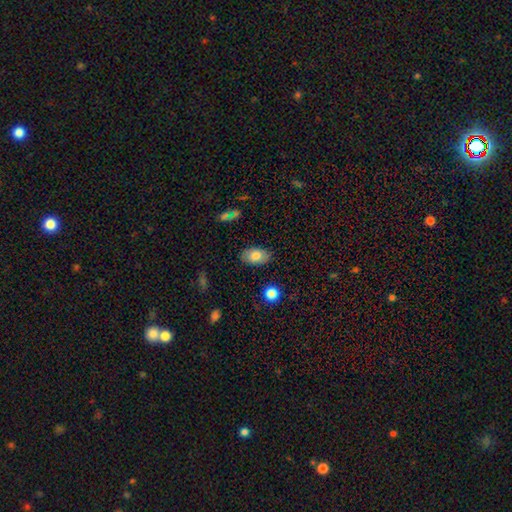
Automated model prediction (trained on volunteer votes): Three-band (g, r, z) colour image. It shows a smooth galaxy with no disk features (79%) that is in between round and cigar-shaped (92%). Merging: none (85%).